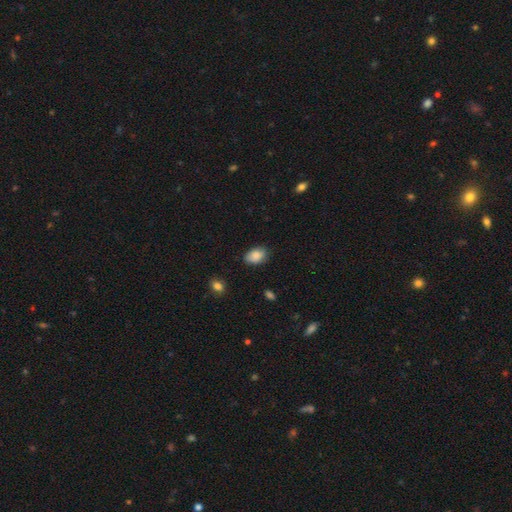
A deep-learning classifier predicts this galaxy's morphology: smooth-or-featured: smooth: 87% | star or artifact: 7% | featured or disk: 6%
  how-rounded: in between: 86% | round: 13% | cigar-shaped: 1%
  merging: none: 80% | minor disturbance: 16% | major disturbance: 3% | merger: 1%